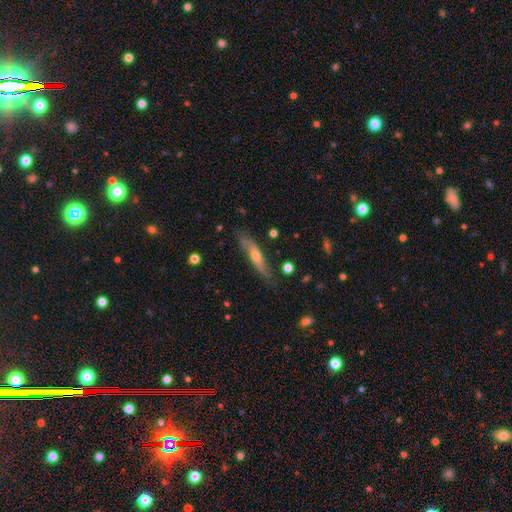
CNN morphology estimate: smooth-or-featured: featured or disk: 63% | smooth: 30% | star or artifact: 7%
  disk-edge-on: yes: 65% | no: 35%
  merging: none: 74% | minor disturbance: 20% | major disturbance: 5% | merger: 2%